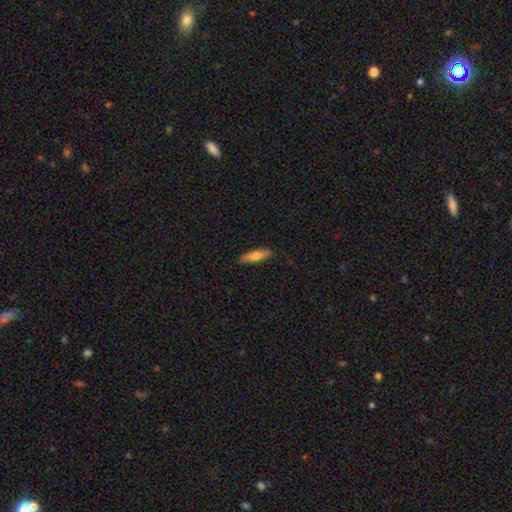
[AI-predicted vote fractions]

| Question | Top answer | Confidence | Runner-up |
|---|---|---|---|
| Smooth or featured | smooth | 71% | featured or disk (23%) |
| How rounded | cigar-shaped | 59% | in between (39%) |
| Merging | none | 88% | minor disturbance (9%) |